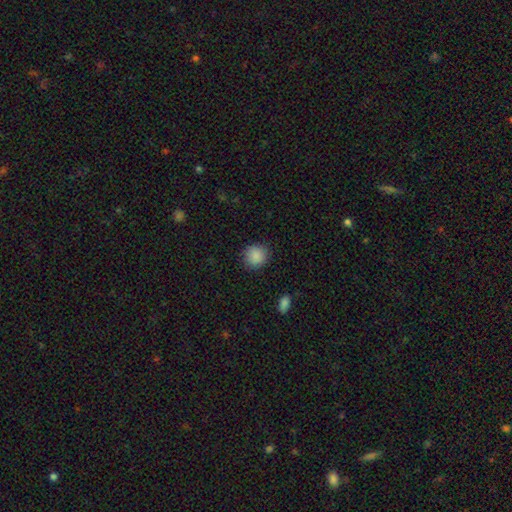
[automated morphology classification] Smooth or featured?
  - smooth: 88% *
  - star or artifact: 9%
  - featured or disk: 4%
How rounded?
  - round: 89% *
  - in between: 10%
  - cigar-shaped: 1%
Merging?
  - none: 88% *
  - minor disturbance: 8%
  - major disturbance: 3%
  - merger: 1%